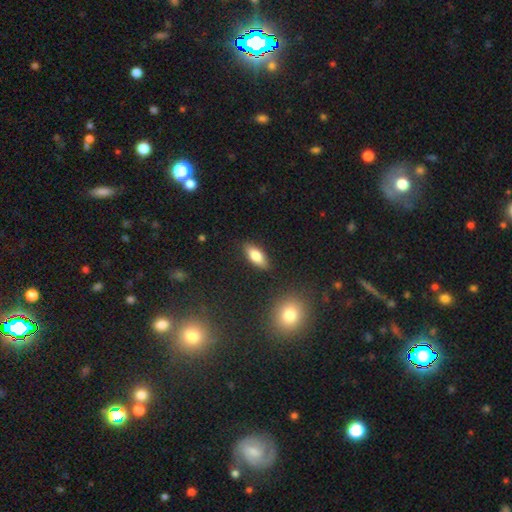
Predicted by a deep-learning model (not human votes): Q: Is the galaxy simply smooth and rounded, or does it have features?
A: smooth — 77%.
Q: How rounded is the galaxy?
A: in between — 79%.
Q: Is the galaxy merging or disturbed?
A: none — 86%.